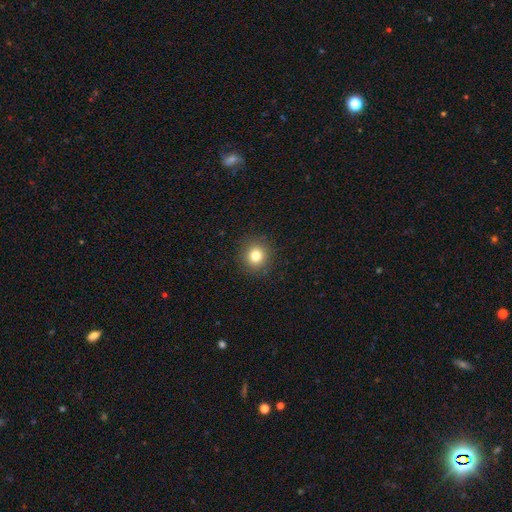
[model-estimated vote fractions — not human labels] smooth-or-featured: smooth: 81% | star or artifact: 12% | featured or disk: 7%
  how-rounded: round: 89% | in between: 10% | cigar-shaped: 1%
  merging: none: 90% | minor disturbance: 7% | major disturbance: 2% | merger: 1%